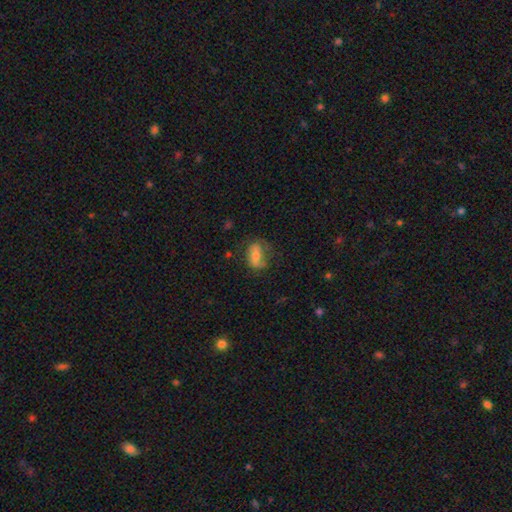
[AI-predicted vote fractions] Overall: smooth (52%; featured or disk 38%). How rounded: in between (79%). Merging: none (58%; minor disturbance 25%).